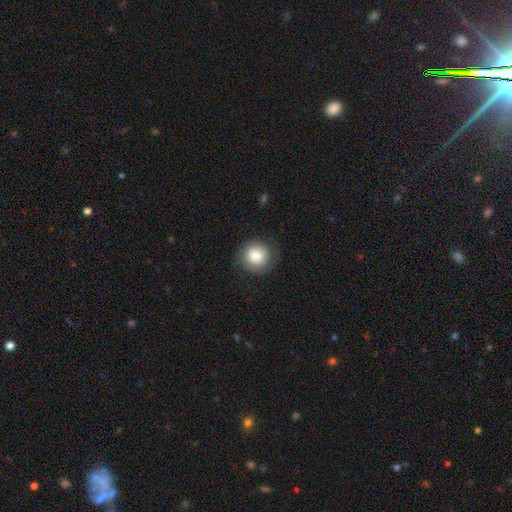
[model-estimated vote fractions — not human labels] Smooth or featured? Predicted: smooth (p=0.76). How rounded? Predicted: round (p=0.92). Merging? Predicted: none (p=0.80).